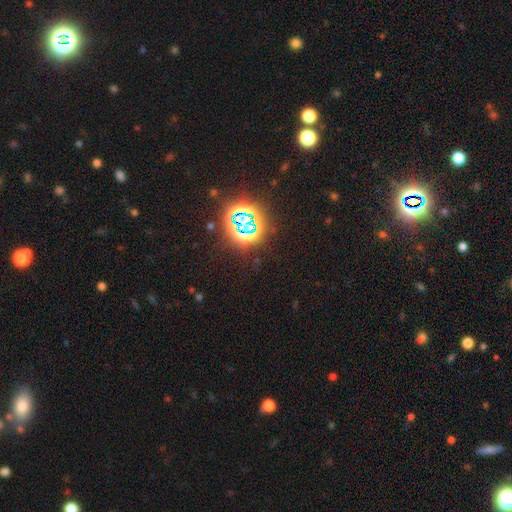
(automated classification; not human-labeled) Overall: star or artifact (76%).